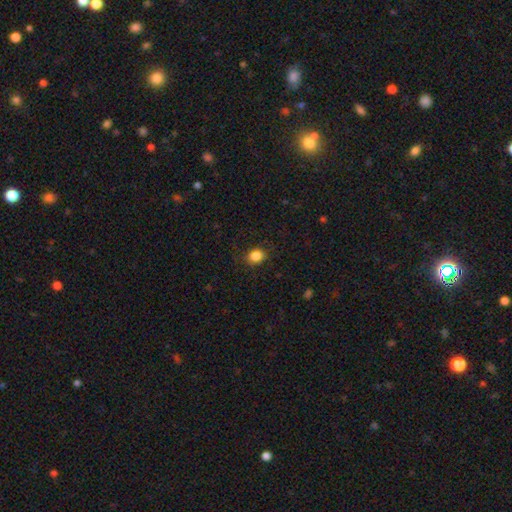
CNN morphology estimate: This is clearly a smooth galaxy (85%). How rounded: likely round (66%). Merging: clearly none (85%).